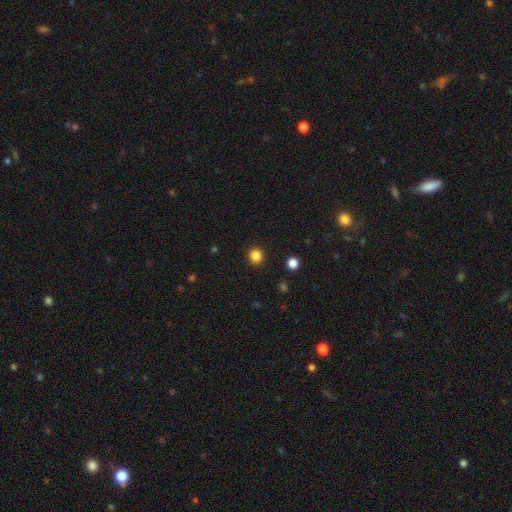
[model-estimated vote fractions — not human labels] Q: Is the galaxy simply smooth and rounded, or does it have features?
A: smooth — 84%.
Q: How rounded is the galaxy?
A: round — 93%.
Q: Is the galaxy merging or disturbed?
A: none — 93%.